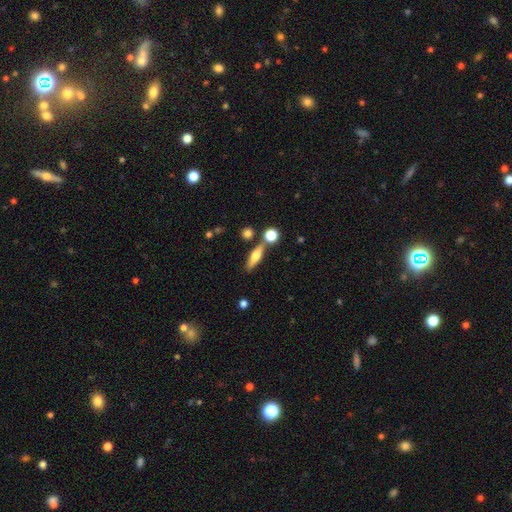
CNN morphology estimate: Overall: featured or disk (47%; smooth 45%). Merging: none (74%).